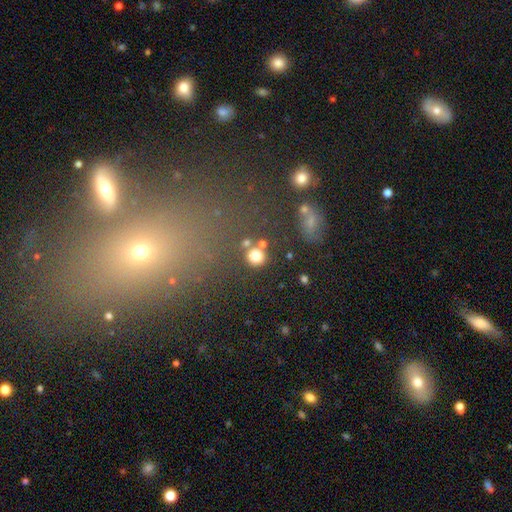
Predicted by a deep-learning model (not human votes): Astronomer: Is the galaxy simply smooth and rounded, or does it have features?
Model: smooth — 78%.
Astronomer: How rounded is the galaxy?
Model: round — 91%.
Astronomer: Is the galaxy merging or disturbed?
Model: none — 76%.